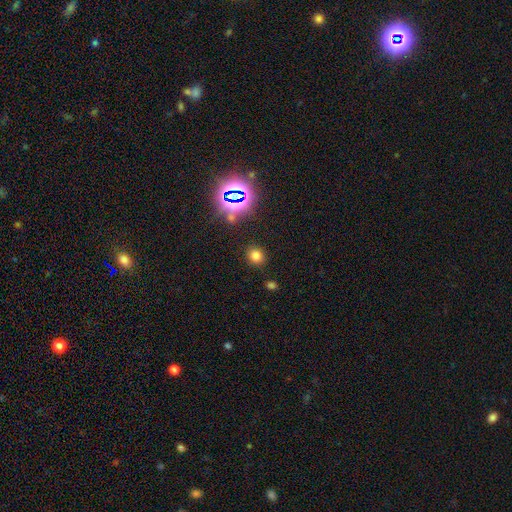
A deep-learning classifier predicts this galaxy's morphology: Smooth or featured? smooth (72%)
How rounded? round (76%)
Merging? none (87%)